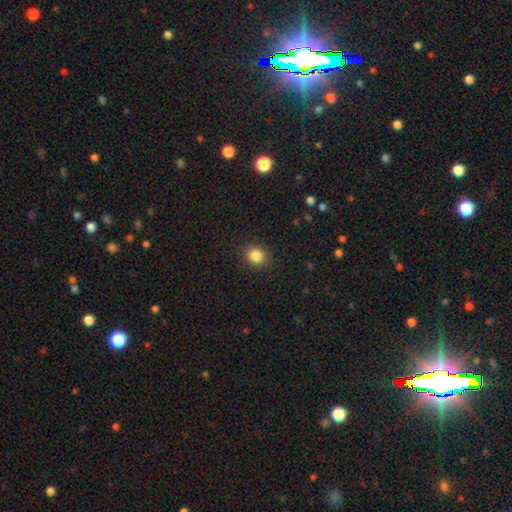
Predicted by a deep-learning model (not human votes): Smooth or featured? Predicted: smooth (p=0.85). How rounded? Predicted: round (p=0.72). Merging? Predicted: none (p=0.88).